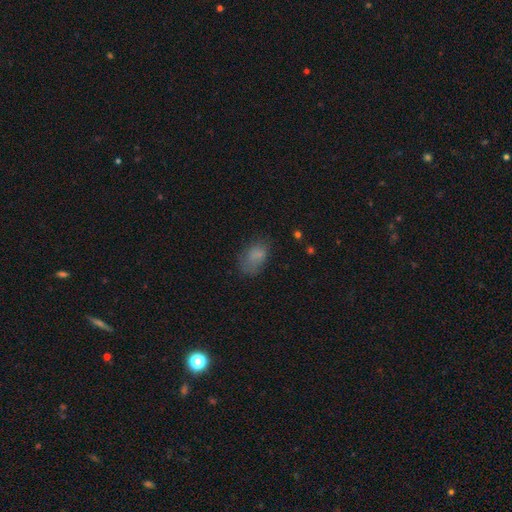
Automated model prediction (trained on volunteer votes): smooth 75%, featured or disk 13%, star or artifact 12%. Down the decision tree: how rounded — in between (86%); merging — none (51%).